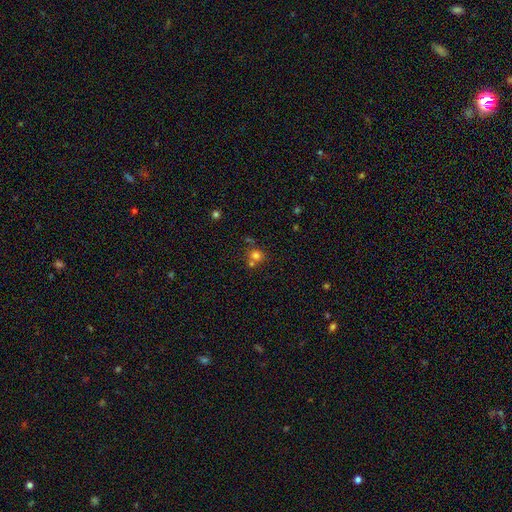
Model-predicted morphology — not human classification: A smooth galaxy with no disk features (73%) that is round (87%).

Vote fractions:
- Smooth or featured? smooth: 73% / star or artifact: 16% / featured or disk: 10%
- How rounded? round: 87% / in between: 12% / cigar-shaped: 1%
- Merging? none: 55% / merger: 32% / minor disturbance: 9% / major disturbance: 4%